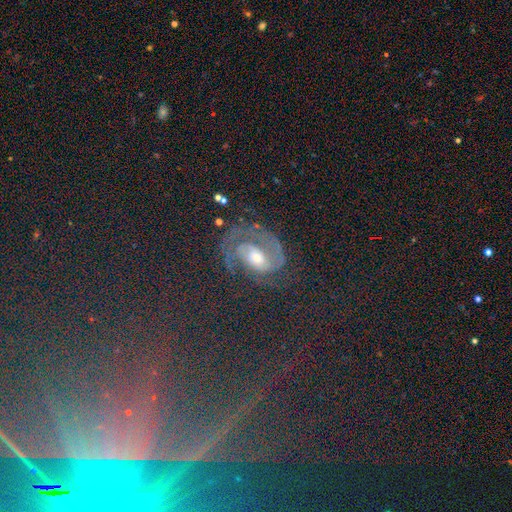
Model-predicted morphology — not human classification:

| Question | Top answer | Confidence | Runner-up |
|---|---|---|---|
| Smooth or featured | featured or disk | 67% | star or artifact (19%) |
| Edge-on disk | no | 96% | yes (4%) |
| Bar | no | 56% | weak (33%) |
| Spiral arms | yes | 88% | no (12%) |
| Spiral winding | medium | 44% | tight (40%) |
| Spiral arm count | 2 | 64% | can't tell (12%) |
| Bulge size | moderate | 56% | small (25%) |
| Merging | none | 63% | minor disturbance (18%) |